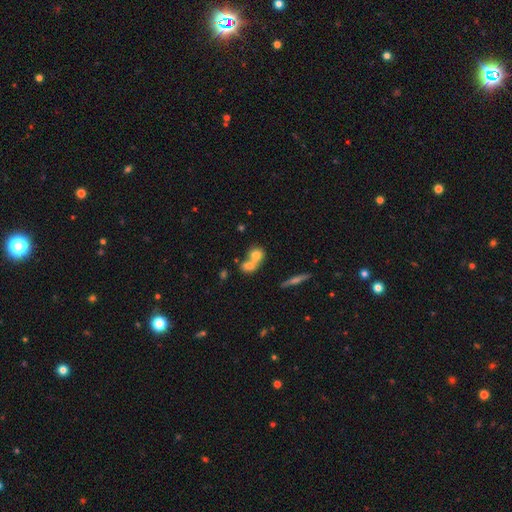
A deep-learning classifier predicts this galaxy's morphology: A smooth galaxy with no disk features (70%) that is round (57%). Merging: merger (61%).